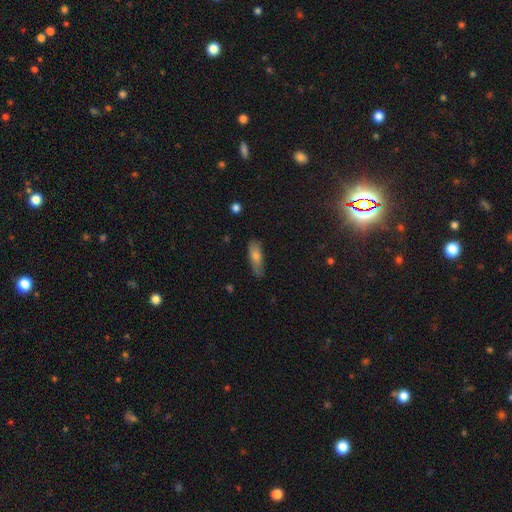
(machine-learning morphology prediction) The model was most divided on "how rounded": in between: 49%, cigar-shaped: 48%, round: 3%. More confident: smooth or featured — smooth (70%); merging — none (68%).